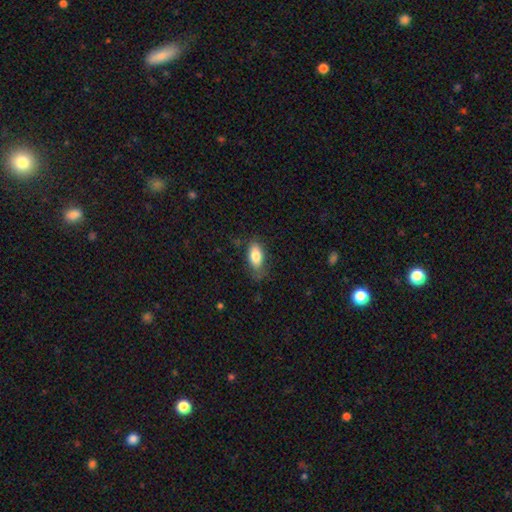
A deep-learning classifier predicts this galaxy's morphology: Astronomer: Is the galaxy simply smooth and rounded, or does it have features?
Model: smooth — 82%.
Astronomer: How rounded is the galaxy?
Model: in between — 87%.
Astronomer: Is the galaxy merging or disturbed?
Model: none — 71%.